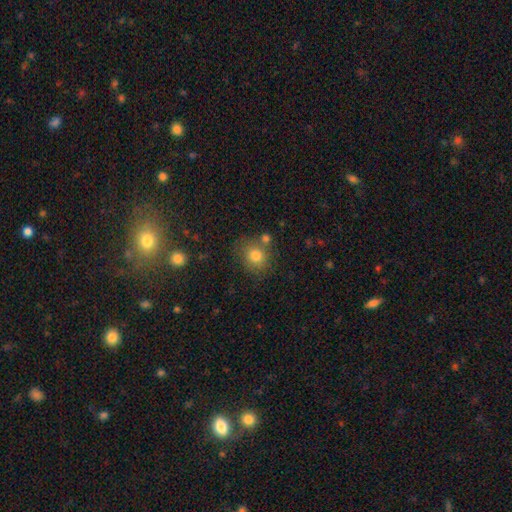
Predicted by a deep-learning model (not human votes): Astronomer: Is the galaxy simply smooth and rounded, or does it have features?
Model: smooth — 79%.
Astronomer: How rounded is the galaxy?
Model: round — 78%.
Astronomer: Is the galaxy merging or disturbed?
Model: none — 70%.